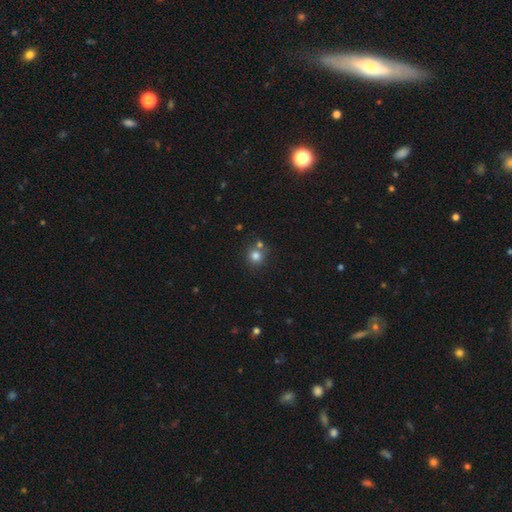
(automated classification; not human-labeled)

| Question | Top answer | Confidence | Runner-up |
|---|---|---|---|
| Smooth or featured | smooth | 80% | star or artifact (13%) |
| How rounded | round | 90% | in between (9%) |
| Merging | none | 68% | merger (20%) |